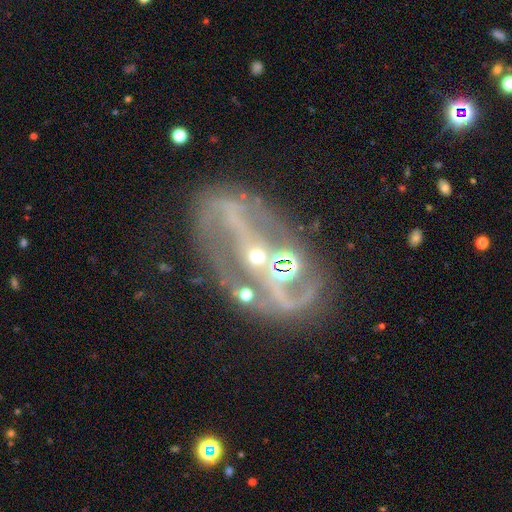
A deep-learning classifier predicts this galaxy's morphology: Q: Smooth or featured?
A: featured or disk (83%); runner-up: star or artifact (10%)
Q: Edge-on disk?
A: no (93%); runner-up: yes (7%)
Q: Bar?
A: strong (44%); runner-up: no (29%)
Q: Spiral arms?
A: yes (79%); runner-up: no (21%)
Q: Spiral winding?
A: loose (44%); runner-up: medium (36%)
Q: Spiral arm count?
A: 2 (73%); runner-up: can't tell (12%)
Q: Bulge size?
A: small (65%); runner-up: moderate (25%)
Q: Merging?
A: none (46%); runner-up: major disturbance (20%)